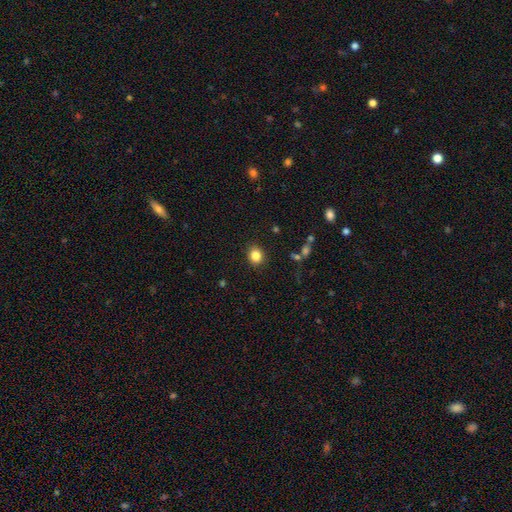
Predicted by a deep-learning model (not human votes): Smooth or featured?
  - smooth: 84% *
  - star or artifact: 11%
  - featured or disk: 5%
How rounded?
  - round: 67% *
  - in between: 33%
  - cigar-shaped: 1%
Merging?
  - none: 89% *
  - minor disturbance: 8%
  - major disturbance: 2%
  - merger: 1%